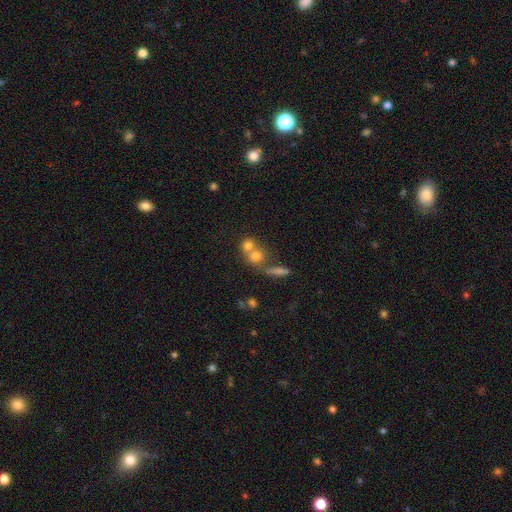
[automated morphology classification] A smooth galaxy with no disk features (70%) that is round (77%). Merging: merger (57%).